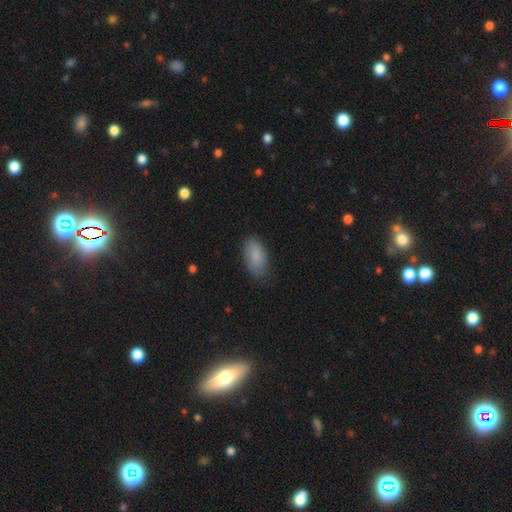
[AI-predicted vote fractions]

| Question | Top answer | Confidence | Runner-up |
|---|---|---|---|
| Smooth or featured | smooth | 86% | featured or disk (7%) |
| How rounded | in between | 92% | cigar-shaped (5%) |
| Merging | none | 78% | minor disturbance (17%) |